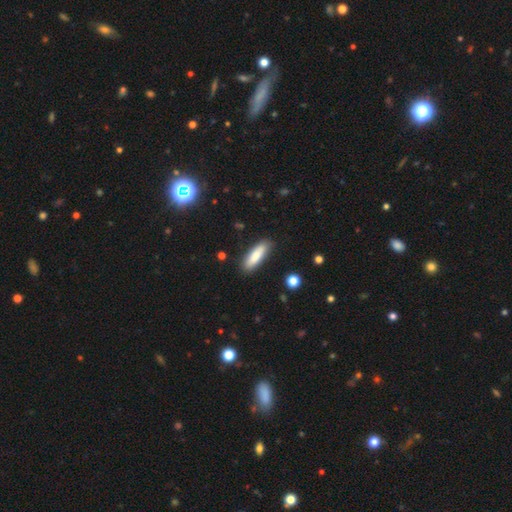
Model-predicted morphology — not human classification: Smooth or featured: smooth — 82% (featured or disk — 12%)
How rounded: cigar-shaped — 56% (in between — 43%)
Merging: none — 86% (minor disturbance — 10%)